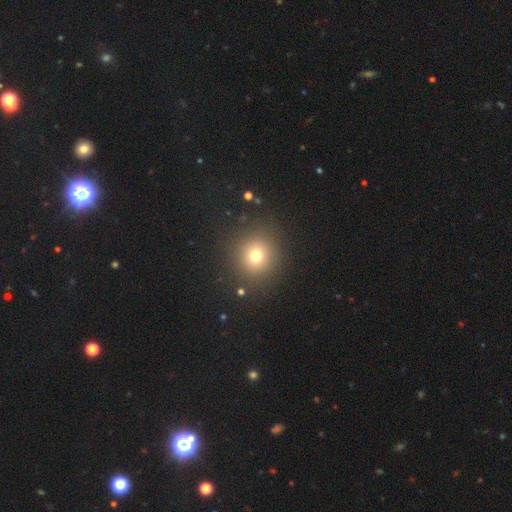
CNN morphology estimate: A smooth galaxy with no disk features (72%) that is round (92%). Merging: none (88%).